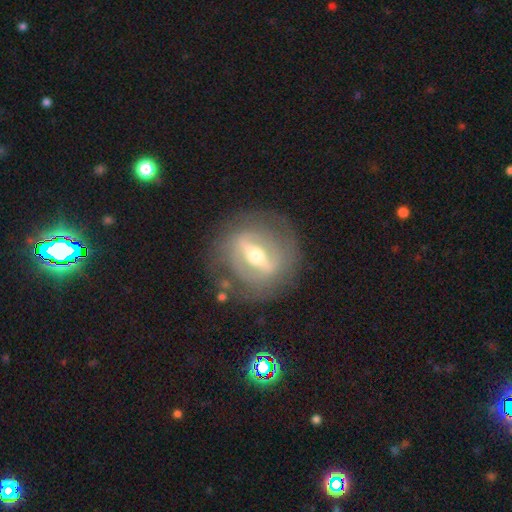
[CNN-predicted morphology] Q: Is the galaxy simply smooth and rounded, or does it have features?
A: featured or disk — 79%.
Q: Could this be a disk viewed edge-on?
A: no — 81%.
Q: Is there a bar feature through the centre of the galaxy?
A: strong — 73%.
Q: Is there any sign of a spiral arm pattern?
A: no — 58%.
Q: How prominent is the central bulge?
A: moderate — 67%.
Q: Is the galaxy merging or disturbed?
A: none — 79%.